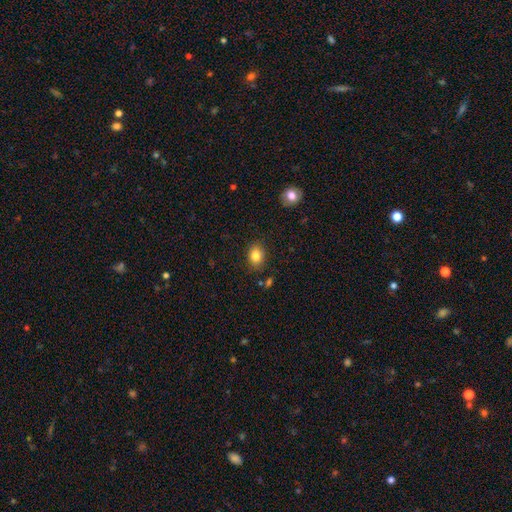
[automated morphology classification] A smooth galaxy with no disk features (83%) that is in between round and cigar-shaped (59%).

Vote fractions:
- Smooth or featured? smooth: 83% / star or artifact: 10% / featured or disk: 7%
- How rounded? in between: 59% / round: 40% / cigar-shaped: 1%
- Merging? none: 85% / minor disturbance: 11% / major disturbance: 3% / merger: 2%